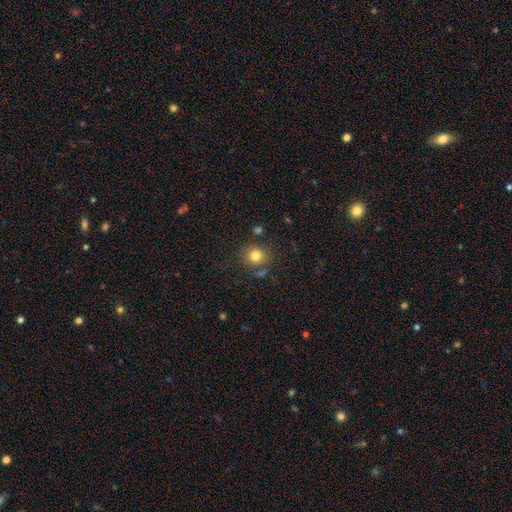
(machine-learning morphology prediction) smooth_or_featured: smooth (p=0.80) [alt: star or artifact p=0.13]
how_rounded: round (p=0.85) [alt: in between p=0.14]
merging: none (p=0.78) [alt: minor disturbance p=0.11]